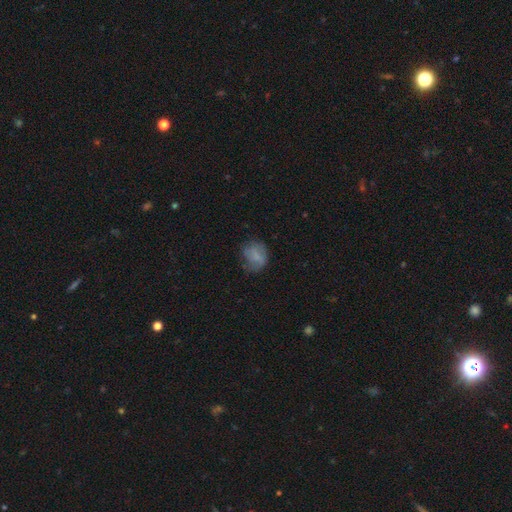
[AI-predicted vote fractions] This appears to be a smooth galaxy with no disk features (65%) that is round (64%). Merging: none (57%).